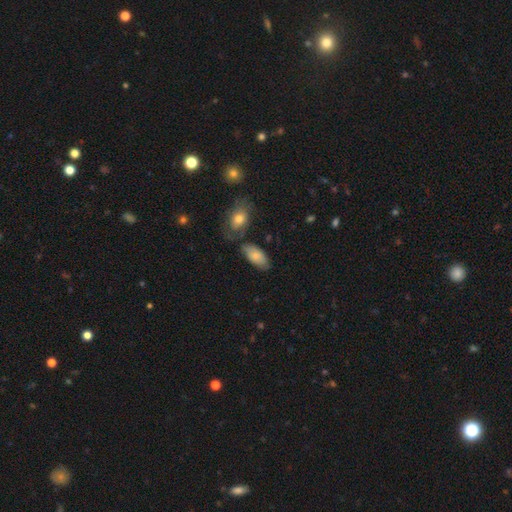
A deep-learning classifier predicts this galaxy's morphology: A smooth galaxy with no disk features (81%) that is in between round and cigar-shaped (93%). Merging: none (65%).